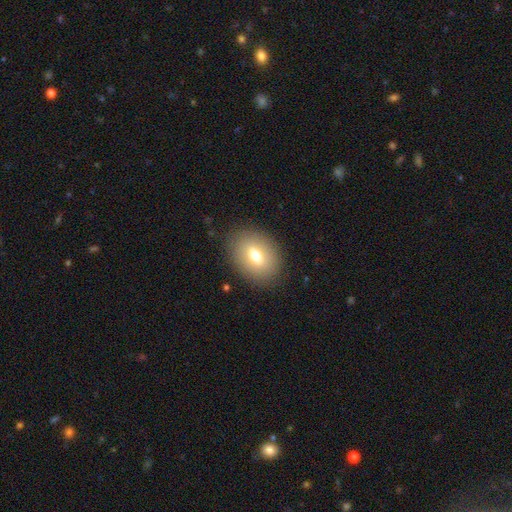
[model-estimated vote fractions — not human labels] Smooth or featured? smooth (71%)
How rounded? in between (75%)
Merging? none (85%)